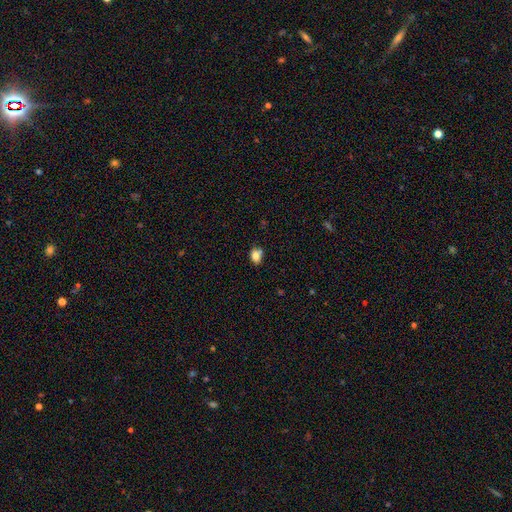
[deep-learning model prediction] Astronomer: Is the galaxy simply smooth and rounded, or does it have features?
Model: smooth — 79%.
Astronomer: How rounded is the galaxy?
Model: in between — 60% (runner-up: round, 38%).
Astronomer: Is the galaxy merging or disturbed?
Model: none — 59%.